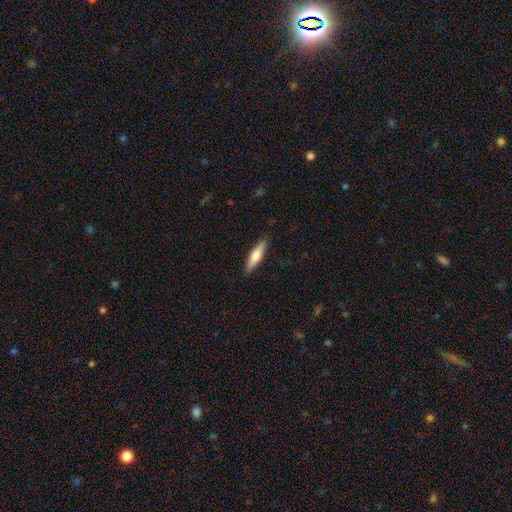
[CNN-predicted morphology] Q: Smooth or featured?
A: smooth (64%); runner-up: featured or disk (30%)
Q: How rounded?
A: cigar-shaped (73%); runner-up: in between (26%)
Q: Merging?
A: none (89%); runner-up: minor disturbance (8%)